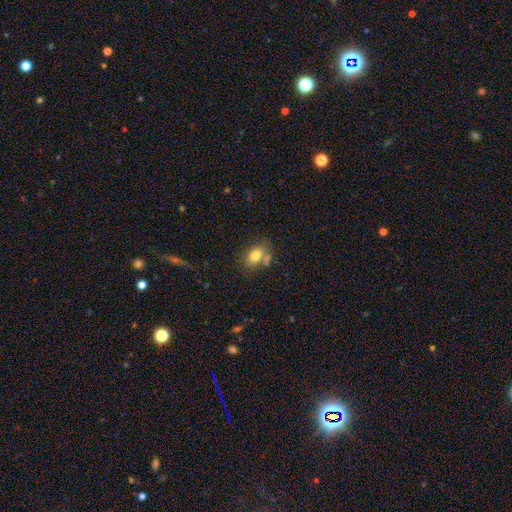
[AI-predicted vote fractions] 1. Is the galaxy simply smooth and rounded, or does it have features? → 79% smooth, 12% featured or disk, 9% star or artifact.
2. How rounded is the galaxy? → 74% in between, 25% round, 1% cigar-shaped.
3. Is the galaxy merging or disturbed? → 58% none, 19% merger, 17% minor disturbance, 6% major disturbance.